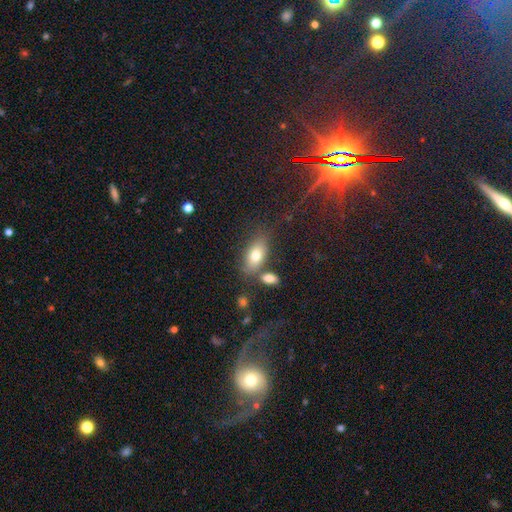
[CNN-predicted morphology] smooth 76%, featured or disk 16%, star or artifact 9%. Down the decision tree: how rounded — in between (88%); merging — none (63%).